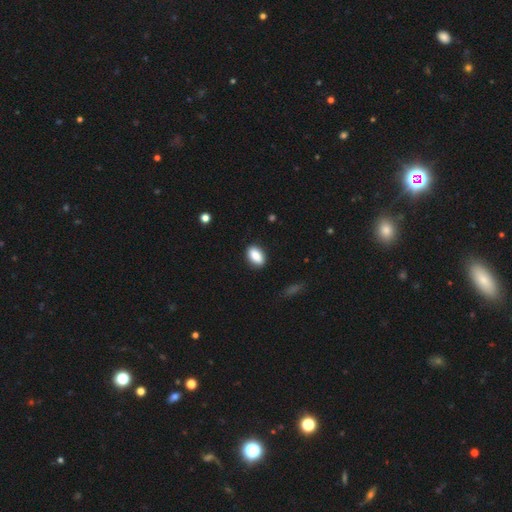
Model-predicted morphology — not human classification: type=smooth (88%); roundness=in between (90%); merging=none (87%).